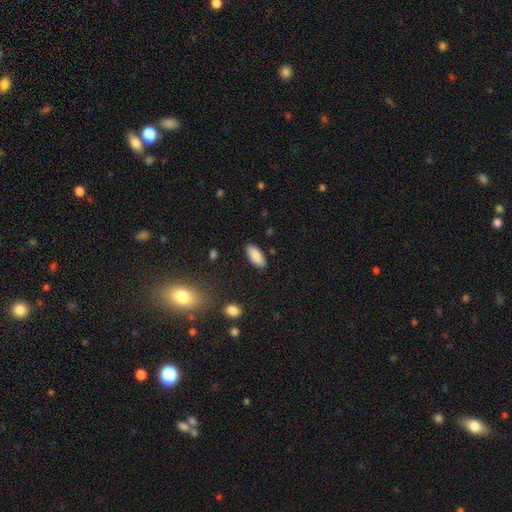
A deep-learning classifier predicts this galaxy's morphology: Q: Smooth or featured?
A: smooth (87%); runner-up: star or artifact (7%)
Q: How rounded?
A: in between (90%); runner-up: cigar-shaped (8%)
Q: Merging?
A: none (87%); runner-up: minor disturbance (9%)